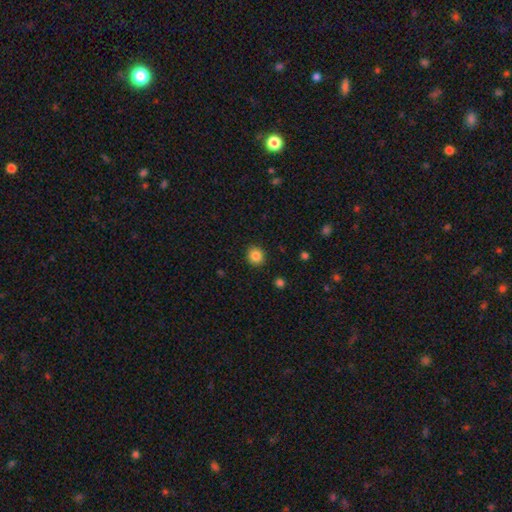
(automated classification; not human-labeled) A smooth galaxy with no disk features (85%) that is round (86%).

Vote fractions:
- Smooth or featured? smooth: 85% / star or artifact: 10% / featured or disk: 5%
- How rounded? round: 86% / in between: 13% / cigar-shaped: 1%
- Merging? none: 90% / minor disturbance: 7% / major disturbance: 2% / merger: 1%